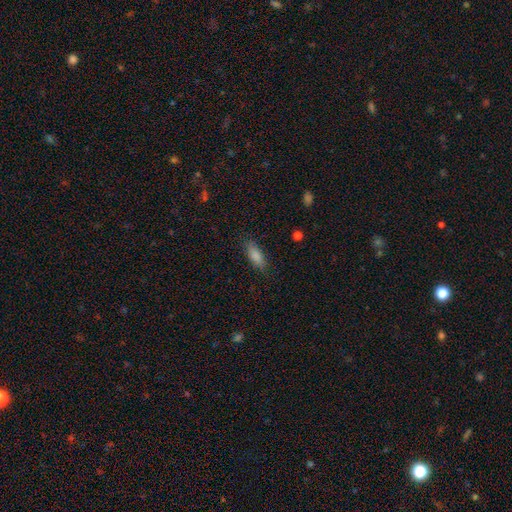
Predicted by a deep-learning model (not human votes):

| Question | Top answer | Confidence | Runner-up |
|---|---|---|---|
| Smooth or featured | smooth | 84% | featured or disk (8%) |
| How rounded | in between | 72% | cigar-shaped (26%) |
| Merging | none | 82% | minor disturbance (13%) |